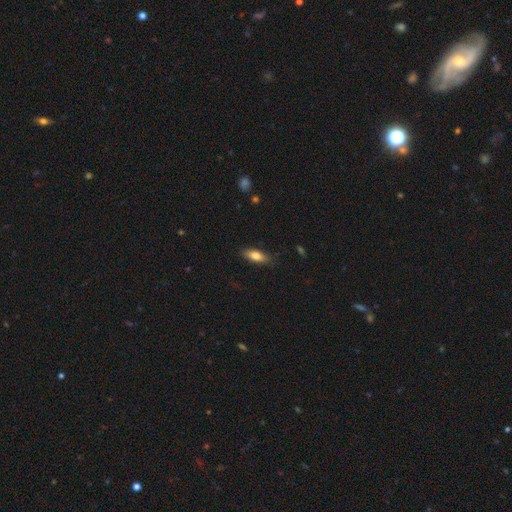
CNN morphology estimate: Smooth or featured? smooth (73%)
How rounded? in between (61%)
Merging? none (85%)